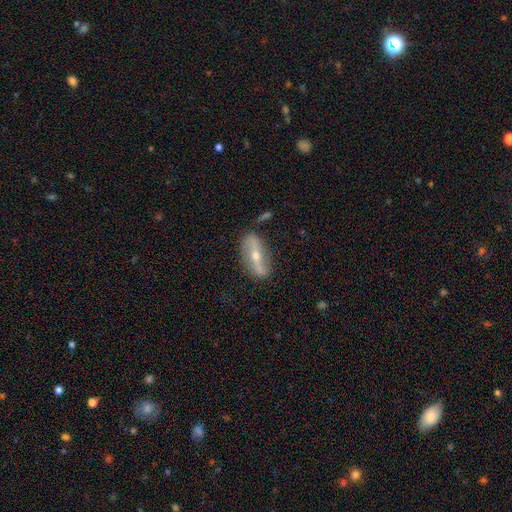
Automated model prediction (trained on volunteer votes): This appears to be a featured or disk galaxy (74%) with a strong bar (64%), spiral arms (69%) and a moderate central bulge (49%). Merging: none (81%).